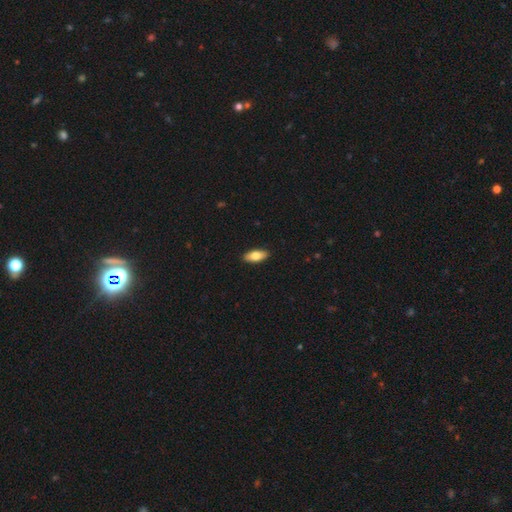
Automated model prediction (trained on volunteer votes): Q: Smooth or featured?
A: smooth (78%); runner-up: featured or disk (16%)
Q: How rounded?
A: in between (83%); runner-up: cigar-shaped (14%)
Q: Merging?
A: none (91%); runner-up: minor disturbance (7%)